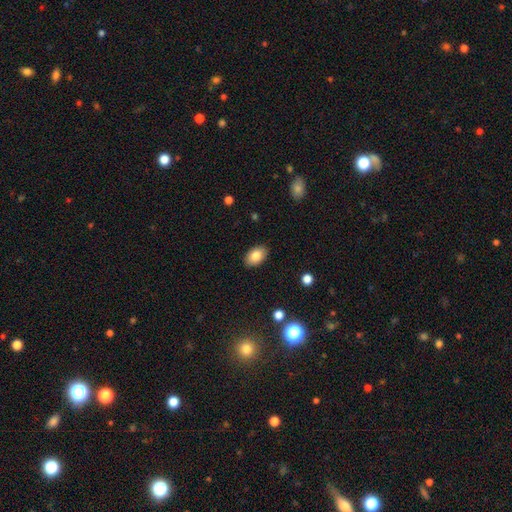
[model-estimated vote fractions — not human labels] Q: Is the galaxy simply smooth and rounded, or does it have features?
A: smooth — 83%.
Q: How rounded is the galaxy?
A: in between — 89%.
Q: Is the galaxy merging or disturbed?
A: none — 88%.